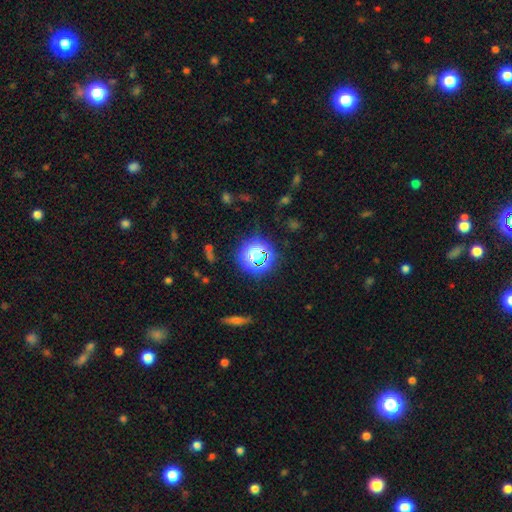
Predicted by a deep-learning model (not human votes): A star or artifact, not a galaxy (57%).

Vote fractions:
- Smooth or featured? star or artifact: 57% / smooth: 32% / featured or disk: 11%